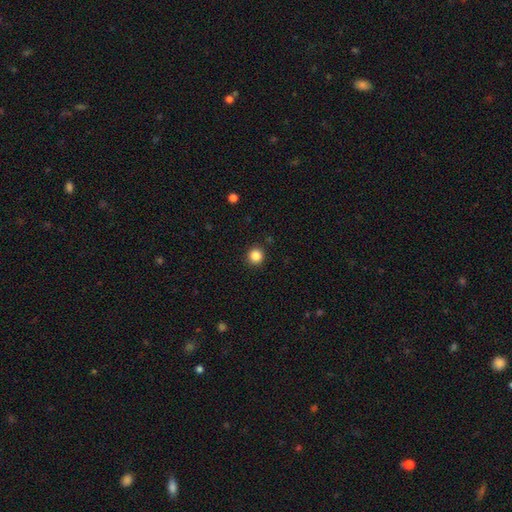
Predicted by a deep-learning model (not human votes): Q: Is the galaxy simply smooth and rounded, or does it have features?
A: smooth — 85%.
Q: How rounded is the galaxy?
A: round — 95%.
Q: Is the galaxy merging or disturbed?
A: none — 92%.